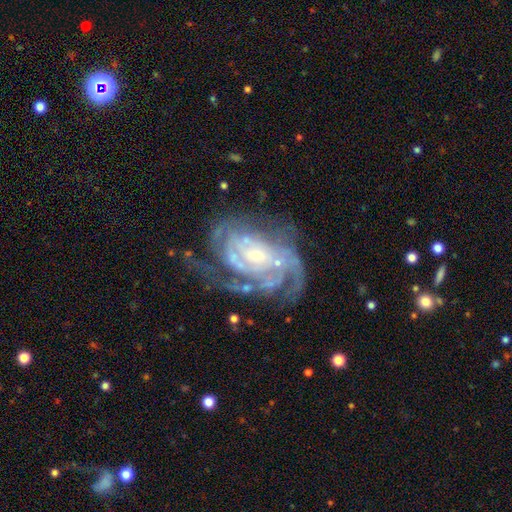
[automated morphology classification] A featured or disk galaxy (87%) with no bar (65%), tight (61%) spiral arms (94%) and a small central bulge (53%).

Vote fractions:
- Smooth or featured? featured or disk: 87% / star or artifact: 6% / smooth: 6%
- Edge-on disk? no: 97% / yes: 3%
- Bar? no: 65% / weak: 27% / strong: 8%
- Spiral arms? yes: 94% / no: 6%
- Spiral winding? tight: 61% / medium: 31% / loose: 8%
- Spiral arm count? can't tell: 33% / 3: 21% / 2: 17% / 4: 15% / more than 4: 8% / 1: 7%
- Bulge size? small: 53% / moderate: 31% / none: 9% / large: 6% / dominant: 1%
- Merging? none: 51% / major disturbance: 23% / minor disturbance: 21% / merger: 4%